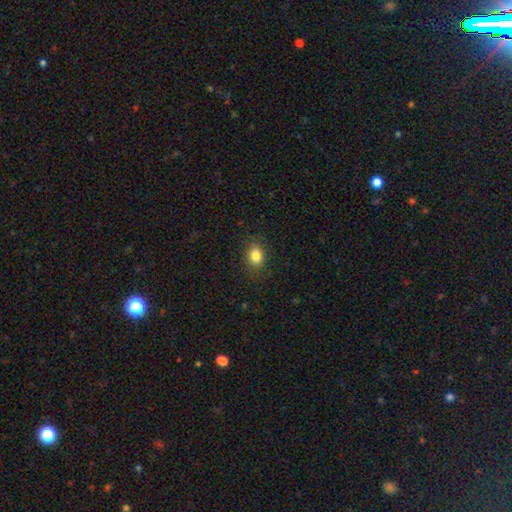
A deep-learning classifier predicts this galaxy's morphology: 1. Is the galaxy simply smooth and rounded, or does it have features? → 83% smooth, 10% star or artifact, 7% featured or disk.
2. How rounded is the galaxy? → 59% in between, 40% round, 1% cigar-shaped.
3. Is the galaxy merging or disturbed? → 85% none, 11% minor disturbance, 3% major disturbance, 1% merger.